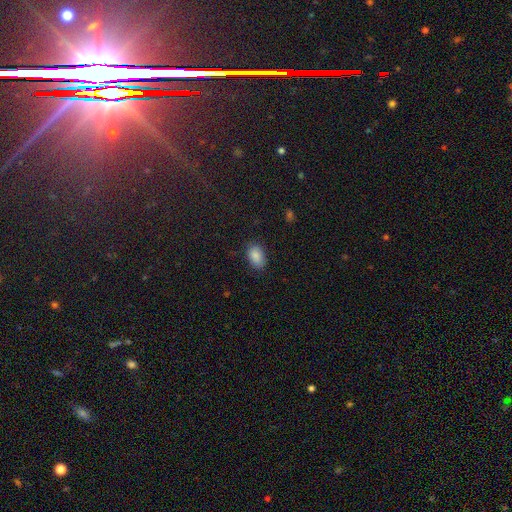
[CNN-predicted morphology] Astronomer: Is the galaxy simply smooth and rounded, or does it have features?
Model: smooth — 87%.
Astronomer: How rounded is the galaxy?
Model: in between — 88%.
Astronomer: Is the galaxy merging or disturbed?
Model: none — 82%.